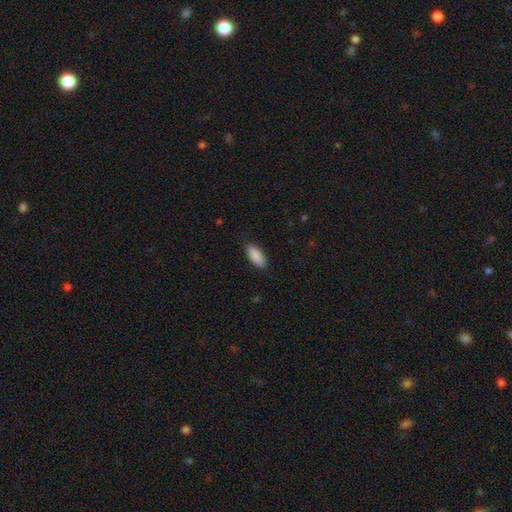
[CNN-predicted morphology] This appears to be a smooth galaxy with no disk features (90%) that is in between round and cigar-shaped (85%). Merging: none (87%).